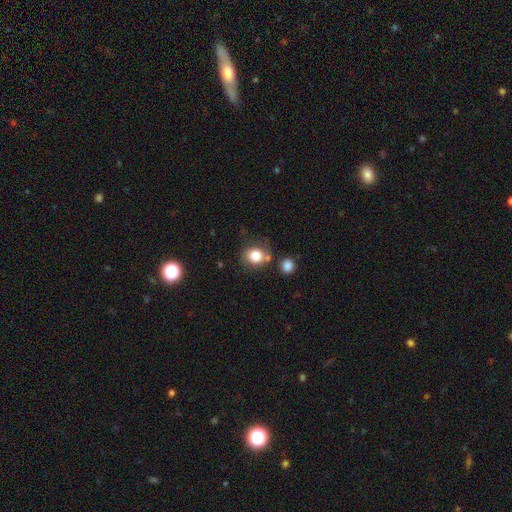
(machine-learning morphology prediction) This appears to be a smooth galaxy with no disk features (79%) that is round (77%). Merging: none (63%).